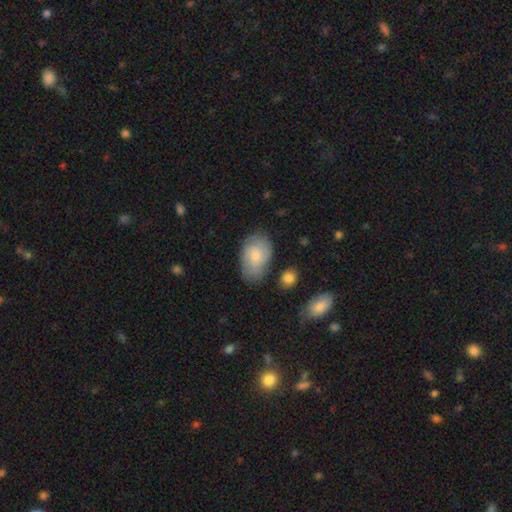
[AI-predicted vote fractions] Smooth or featured: smooth — 64% (featured or disk — 29%)
How rounded: in between — 89% (round — 9%)
Merging: none — 71% (minor disturbance — 20%)